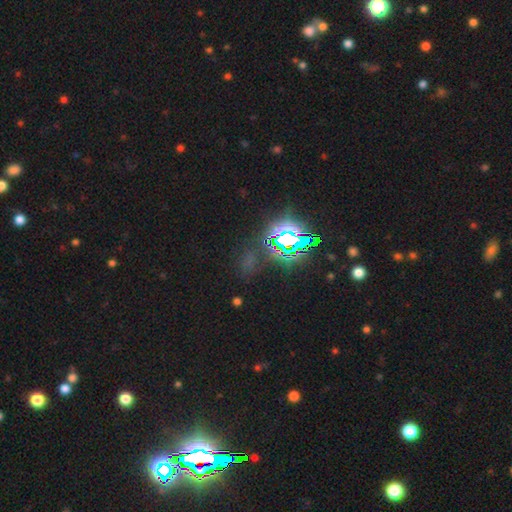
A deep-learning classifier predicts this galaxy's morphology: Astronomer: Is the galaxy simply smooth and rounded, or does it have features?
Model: star or artifact — 83%.